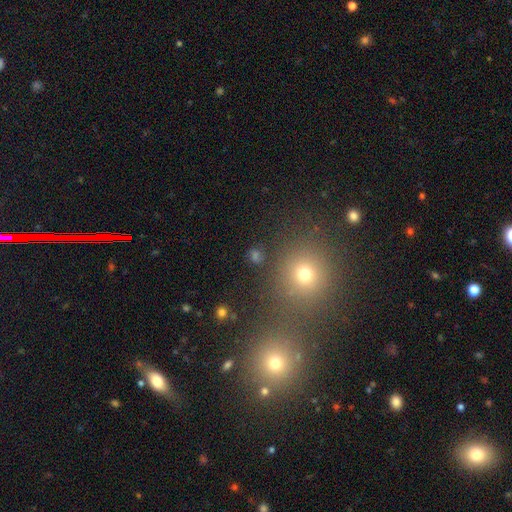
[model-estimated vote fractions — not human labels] smooth_or_featured: smooth (p=0.59) [alt: star or artifact p=0.31]
how_rounded: round (p=0.83) [alt: in between p=0.15]
merging: none (p=0.81) [alt: minor disturbance p=0.07]